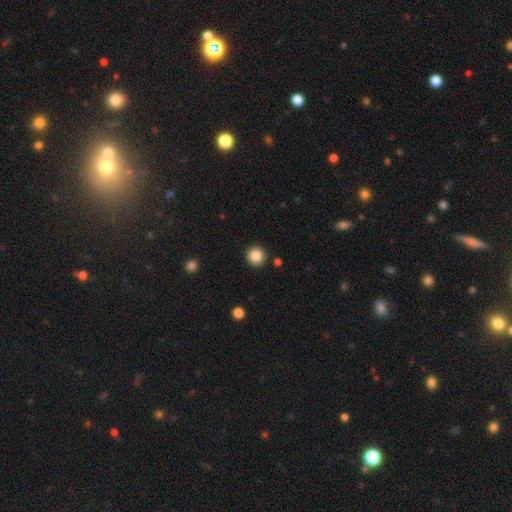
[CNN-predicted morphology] Smooth or featured: smooth — 86% (star or artifact — 9%)
How rounded: round — 95% (in between — 4%)
Merging: none — 91% (minor disturbance — 5%)